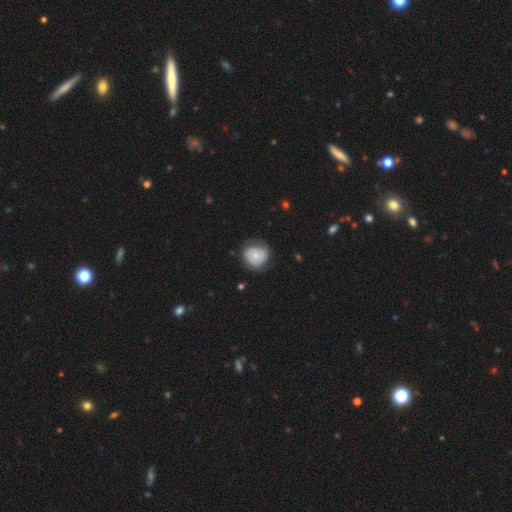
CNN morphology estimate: This is likely a smooth galaxy (61%). How rounded: clearly round (81%). Merging: likely none (63%).